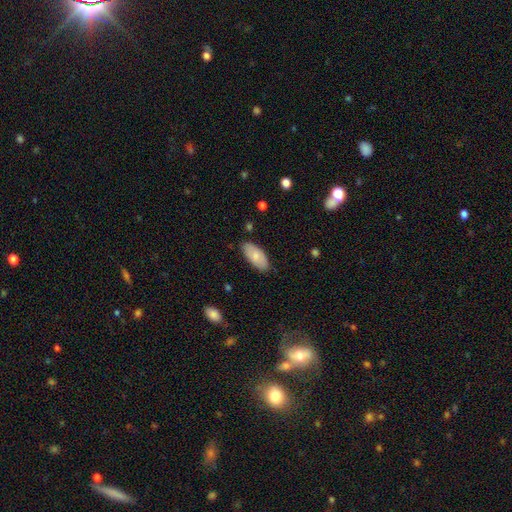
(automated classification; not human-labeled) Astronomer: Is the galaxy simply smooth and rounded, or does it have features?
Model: smooth — 79%.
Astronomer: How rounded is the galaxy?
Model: in between — 92%.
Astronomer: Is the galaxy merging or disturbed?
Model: none — 82%.